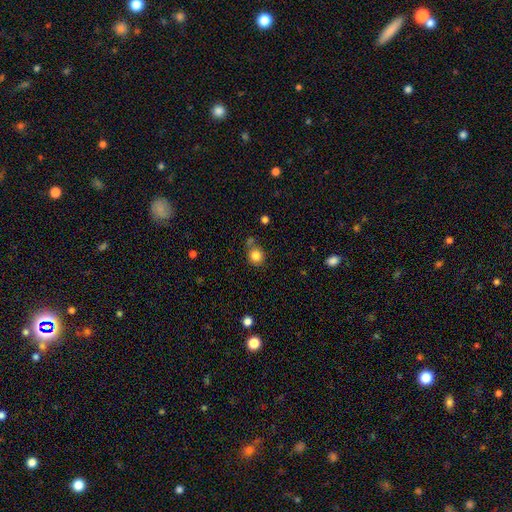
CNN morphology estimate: This is clearly a smooth galaxy (84%). How rounded: clearly round (87%). Merging: likely none (71%).